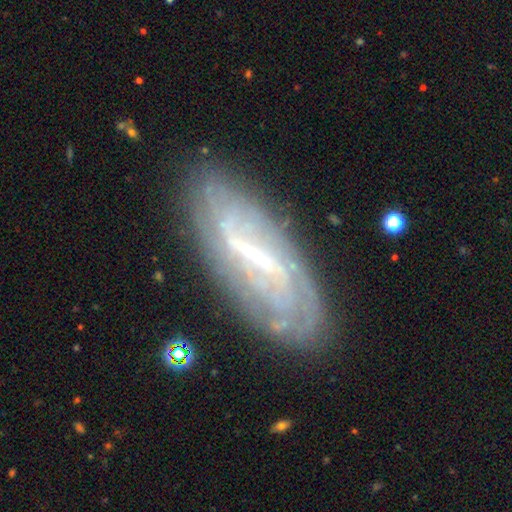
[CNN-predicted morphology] A featured or disk galaxy (78%) with a strong bar (61%), spiral arms (77%) and a small central bulge (49%). Merging: none (76%).